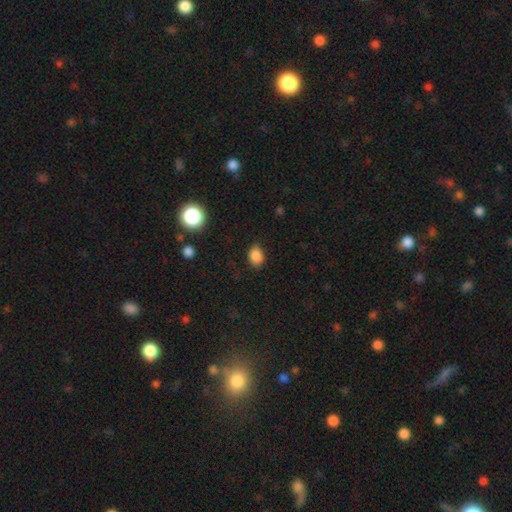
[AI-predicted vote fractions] Smooth or featured? smooth (85%)
How rounded? in between (67%)
Merging? none (82%)